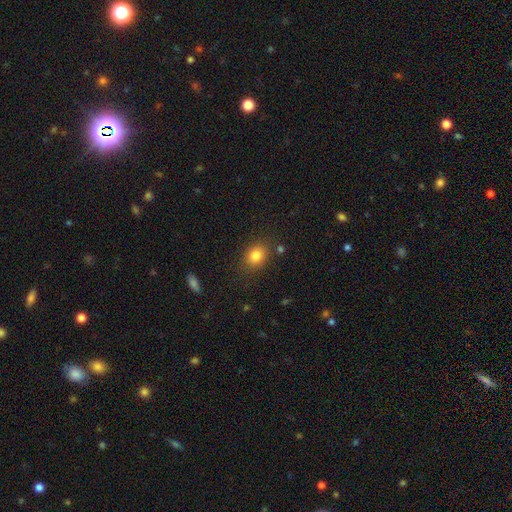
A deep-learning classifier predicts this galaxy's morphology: smooth_or_featured: smooth (p=0.82) [alt: star or artifact p=0.11]
how_rounded: in between (p=0.51) [alt: round p=0.48]
merging: none (p=0.81) [alt: minor disturbance p=0.12]